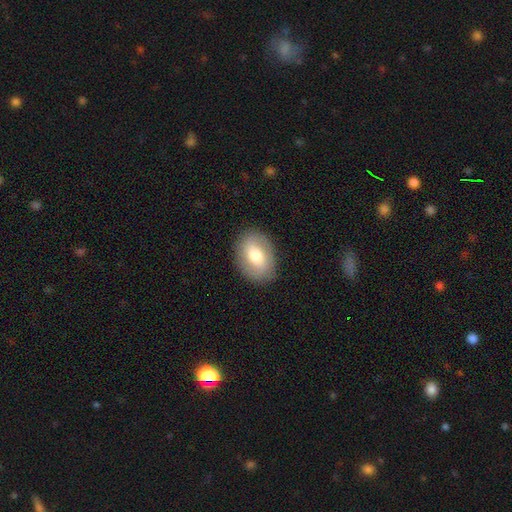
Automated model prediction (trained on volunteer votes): Q: Smooth or featured?
A: smooth (63%); runner-up: featured or disk (30%)
Q: How rounded?
A: in between (78%); runner-up: round (21%)
Q: Merging?
A: none (86%); runner-up: minor disturbance (10%)